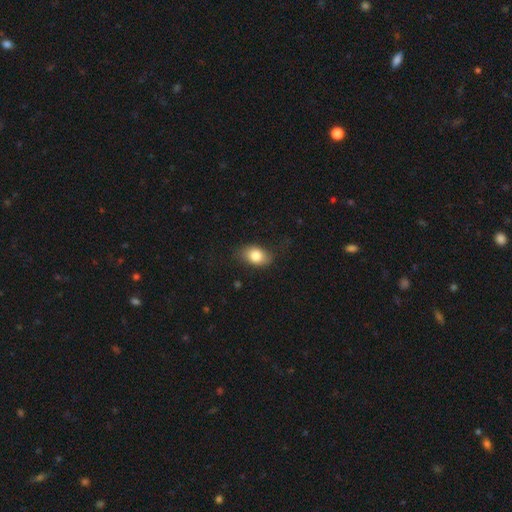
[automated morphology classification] Q: Smooth or featured?
A: smooth (81%); runner-up: featured or disk (11%)
Q: How rounded?
A: in between (82%); runner-up: round (16%)
Q: Merging?
A: none (77%); runner-up: minor disturbance (17%)